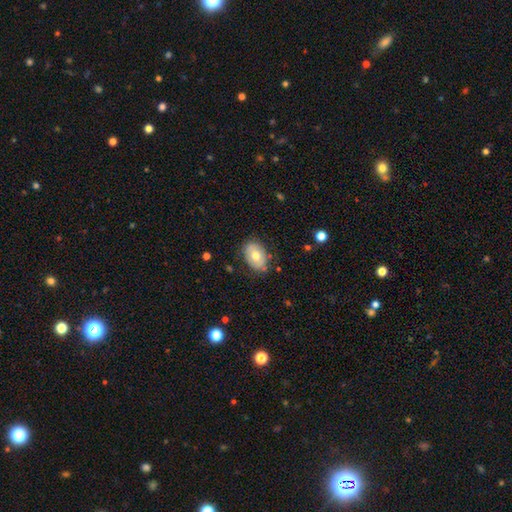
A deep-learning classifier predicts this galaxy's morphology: A smooth galaxy with no disk features (64%) that is in between round and cigar-shaped (77%). Merging: none (76%).